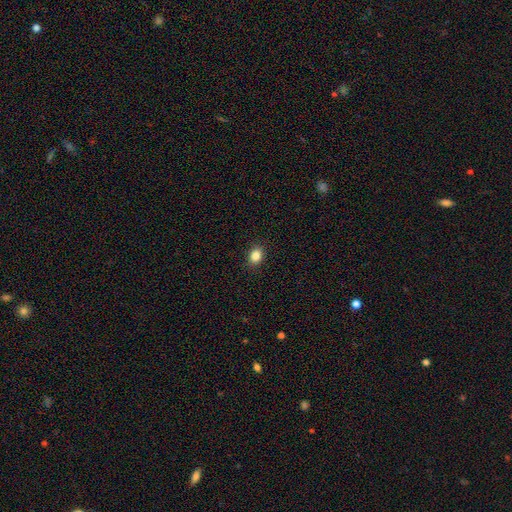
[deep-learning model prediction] A smooth galaxy with no disk features (85%) that is in between round and cigar-shaped (56%).

Vote fractions:
- Smooth or featured? smooth: 85% / star or artifact: 10% / featured or disk: 5%
- How rounded? in between: 56% / round: 43% / cigar-shaped: 1%
- Merging? none: 90% / minor disturbance: 7% / major disturbance: 2% / merger: 1%